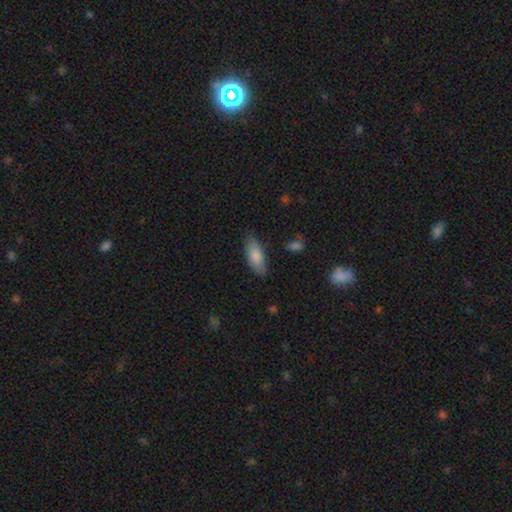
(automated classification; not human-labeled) smooth_or_featured: smooth (p=0.83) [alt: featured or disk p=0.11]
how_rounded: in between (p=0.83) [alt: cigar-shaped p=0.15]
merging: none (p=0.78) [alt: minor disturbance p=0.18]